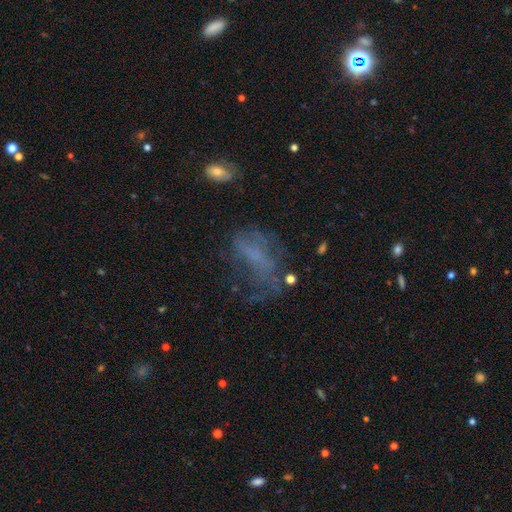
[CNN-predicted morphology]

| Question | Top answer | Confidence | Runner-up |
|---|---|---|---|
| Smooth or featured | featured or disk | 43% | smooth (34%) |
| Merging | major disturbance | 40% | none (36%) |